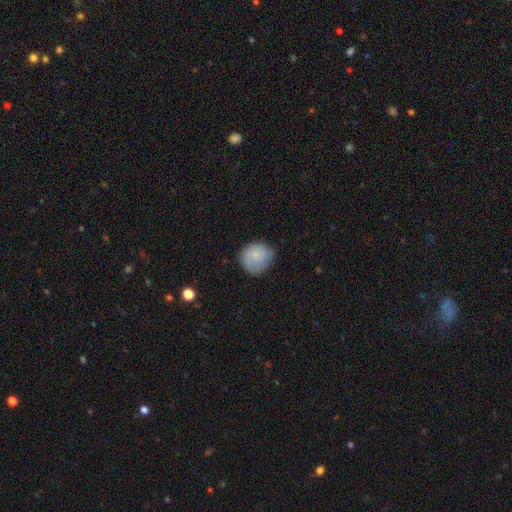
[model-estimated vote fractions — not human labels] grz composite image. It shows a smooth galaxy with no disk features (74%) that is round (81%). Merging: none (66%).